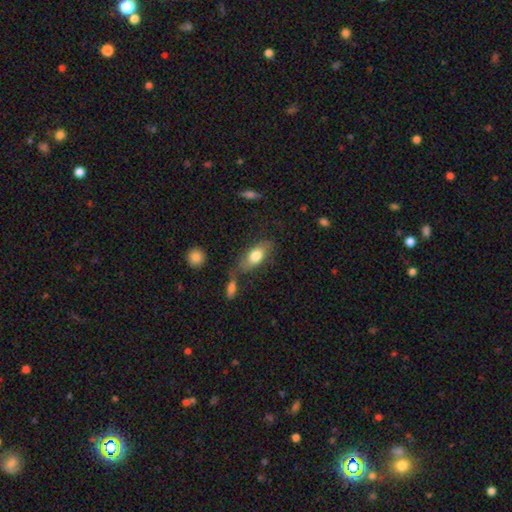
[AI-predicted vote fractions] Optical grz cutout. It shows a smooth galaxy with no disk features (71%) that is in between round and cigar-shaped (84%). Merging: none (58%).